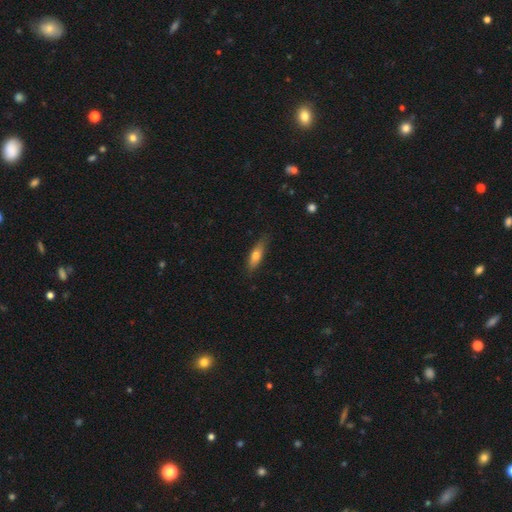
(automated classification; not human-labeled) Q: Smooth or featured?
A: smooth (68%); runner-up: featured or disk (25%)
Q: How rounded?
A: cigar-shaped (53%); runner-up: in between (45%)
Q: Merging?
A: none (80%); runner-up: minor disturbance (16%)